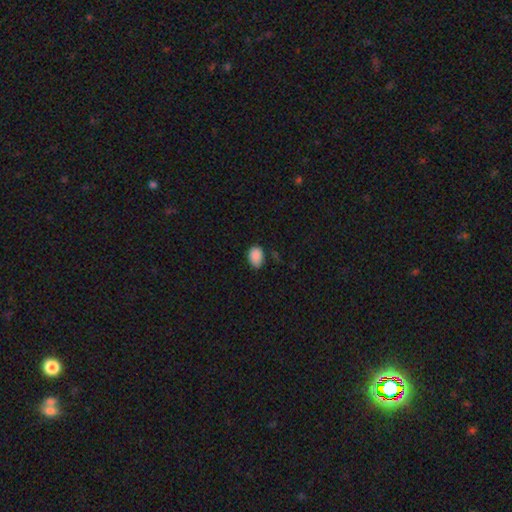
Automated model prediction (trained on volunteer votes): This is clearly a smooth galaxy (88%). How rounded: likely in between (78%). Merging: likely none (71%).